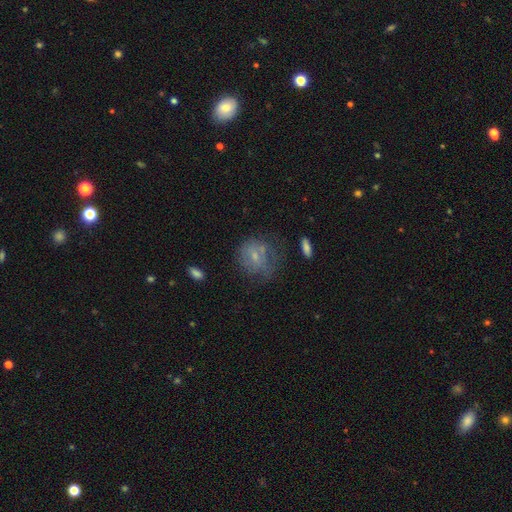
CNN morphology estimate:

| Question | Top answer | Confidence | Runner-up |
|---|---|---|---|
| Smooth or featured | smooth | 48% | featured or disk (40%) |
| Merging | none | 49% | minor disturbance (24%) |